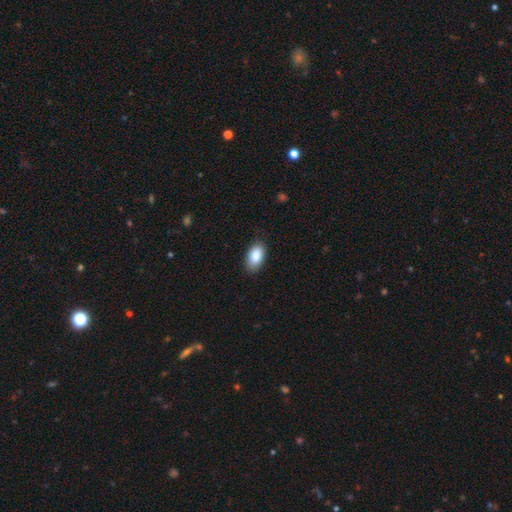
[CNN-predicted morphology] A smooth galaxy with no disk features (88%) that is in between round and cigar-shaped (93%).

Vote fractions:
- Smooth or featured? smooth: 88% / star or artifact: 7% / featured or disk: 6%
- How rounded? in between: 93% / round: 5% / cigar-shaped: 2%
- Merging? none: 83% / minor disturbance: 13% / major disturbance: 3% / merger: 1%